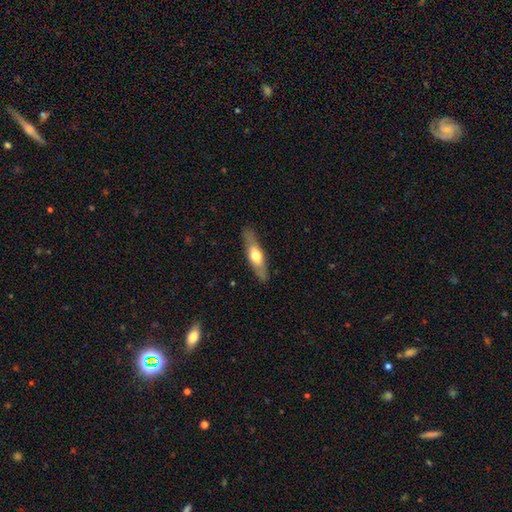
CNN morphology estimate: Overall: smooth (52%; featured or disk 43%). How rounded: cigar-shaped (65%; in between 33%). Merging: none (85%).